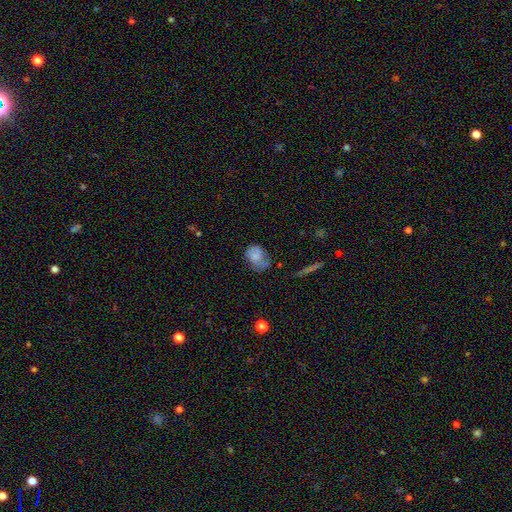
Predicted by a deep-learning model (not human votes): Smooth or featured? smooth (64%)
How rounded? in between (69%)
Merging? none (42%)